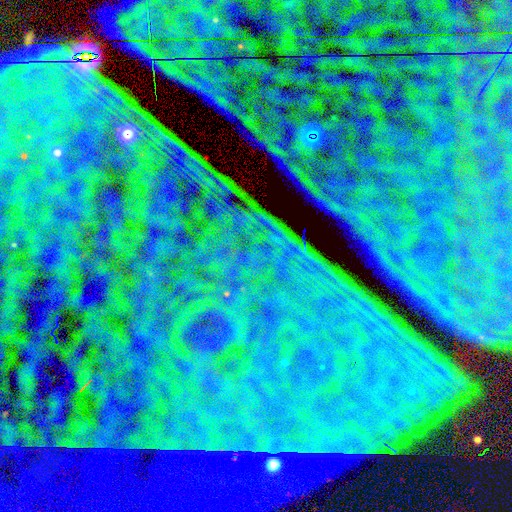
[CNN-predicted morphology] A star or artifact, not a galaxy (86%).

Vote fractions:
- Smooth or featured? star or artifact: 86% / featured or disk: 7% / smooth: 7%